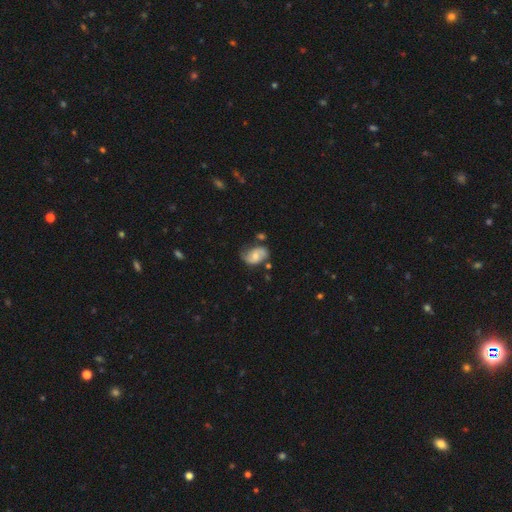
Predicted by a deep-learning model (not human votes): This appears to be a featured or disk galaxy (53%) with no bar (61%), spiral arms (84%) and a moderate central bulge (53%). Merging: none (56%).